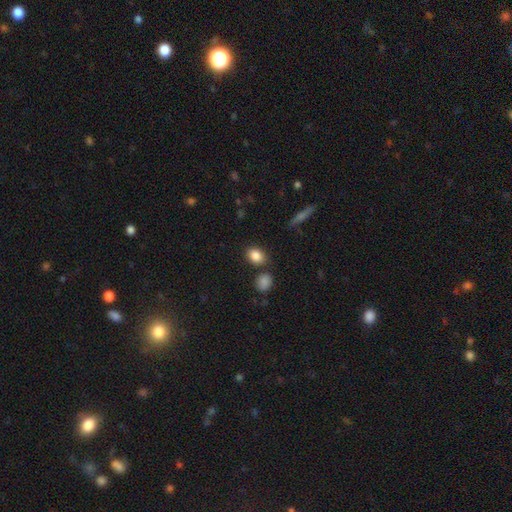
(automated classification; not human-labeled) Smooth or featured?
  - smooth: 86% *
  - star or artifact: 9%
  - featured or disk: 5%
How rounded?
  - in between: 69% *
  - round: 29%
  - cigar-shaped: 2%
Merging?
  - none: 77% *
  - minor disturbance: 11%
  - merger: 9%
  - major disturbance: 3%